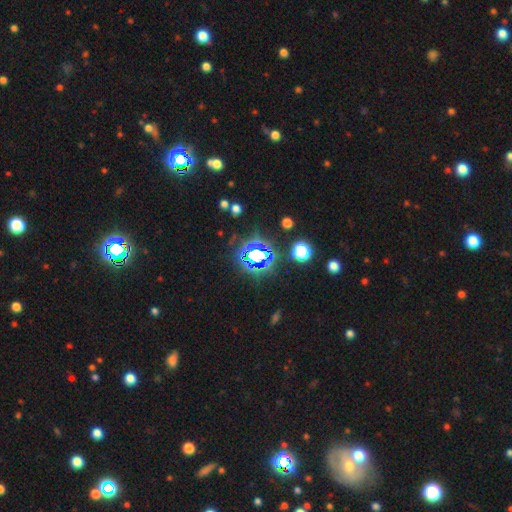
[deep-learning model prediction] Morphology: type=star or artifact (74%).